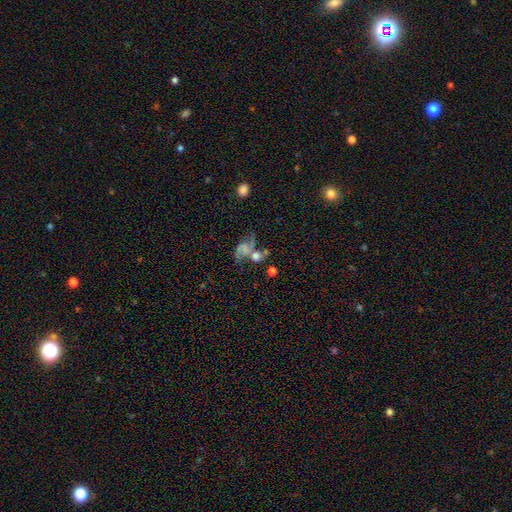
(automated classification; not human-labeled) The model was most divided on "merging": merger: 36%, none: 30%, major disturbance: 20%, minor disturbance: 14%. Remaining: smooth or featured — featured or disk (49%).